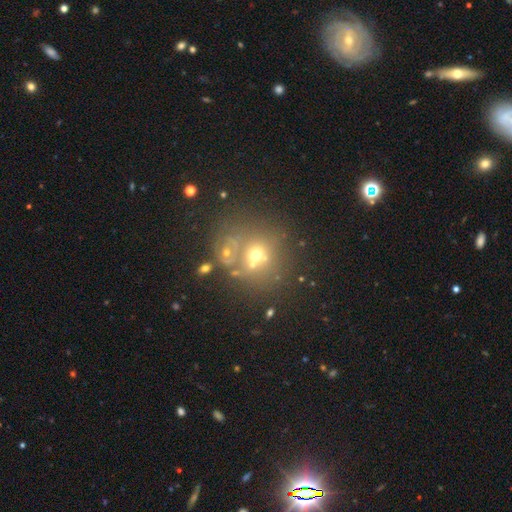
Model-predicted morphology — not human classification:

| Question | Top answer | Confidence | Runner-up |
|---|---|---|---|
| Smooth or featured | smooth | 52% | star or artifact (25%) |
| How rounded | round | 77% | in between (22%) |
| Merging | none | 49% | merger (29%) |